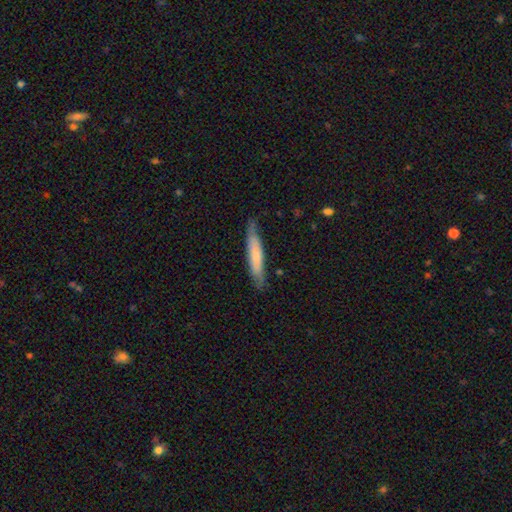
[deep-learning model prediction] Overall: smooth (65%; featured or disk 30%). How rounded: cigar-shaped (89%). Merging: none (77%).